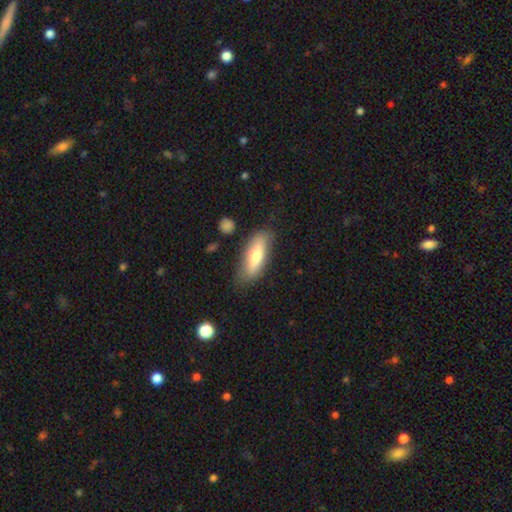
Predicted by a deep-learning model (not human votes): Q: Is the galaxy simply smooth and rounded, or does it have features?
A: smooth — 70%.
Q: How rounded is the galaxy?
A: in between — 56%.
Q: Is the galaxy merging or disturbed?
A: none — 79%.